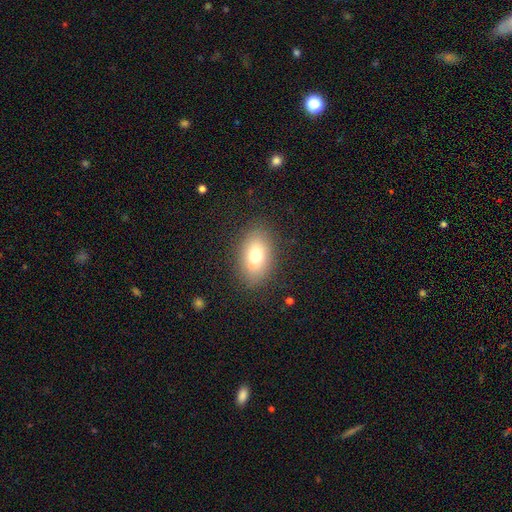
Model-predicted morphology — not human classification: smooth_or_featured: smooth (p=0.71) [alt: featured or disk p=0.18]
how_rounded: in between (p=0.81) [alt: round p=0.17]
merging: none (p=0.75) [alt: minor disturbance p=0.13]